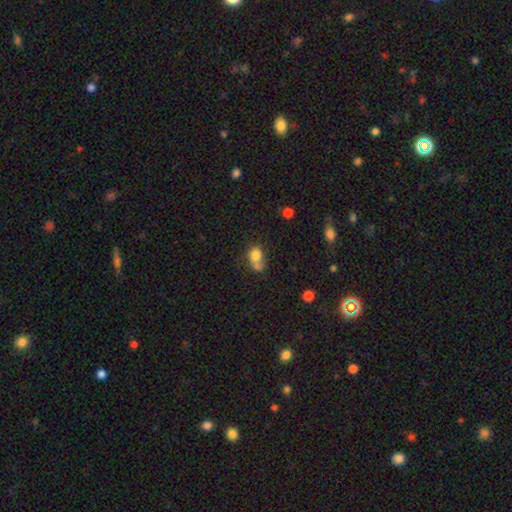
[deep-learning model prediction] This appears to be a smooth galaxy with no disk features (77%) that is in between round and cigar-shaped (55%). Merging: merger (42%).